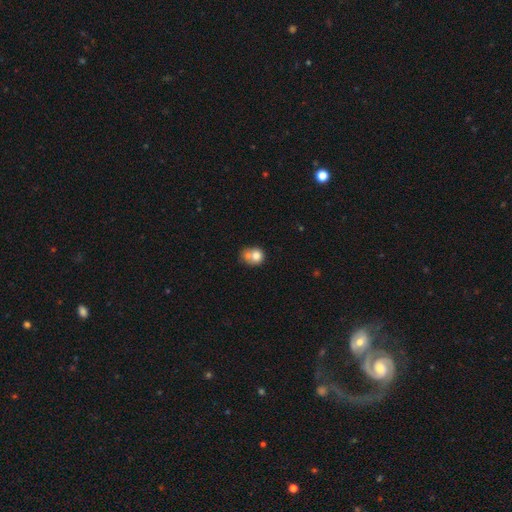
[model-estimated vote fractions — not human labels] Smooth or featured? Predicted: smooth (p=0.72). How rounded? Predicted: round (p=0.70). Merging? Predicted: merger (p=0.53).